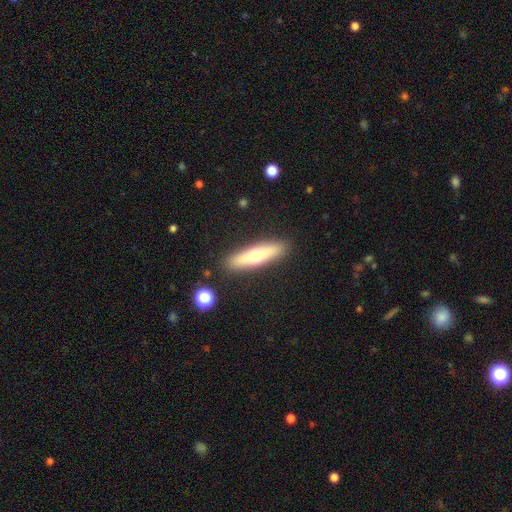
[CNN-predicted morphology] This appears to be a smooth galaxy with no disk features (52%) that is cigar-shaped (76%). Merging: none (89%).